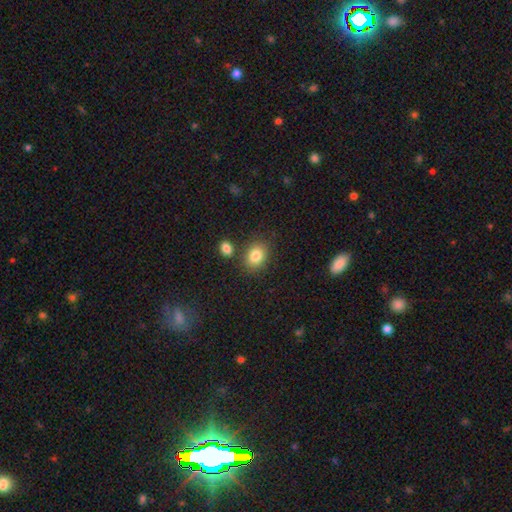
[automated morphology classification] A smooth galaxy with no disk features (84%) that is in between round and cigar-shaped (61%).

Vote fractions:
- Smooth or featured? smooth: 84% / star or artifact: 9% / featured or disk: 7%
- How rounded? in between: 61% / round: 38% / cigar-shaped: 1%
- Merging? none: 76% / minor disturbance: 12% / merger: 9% / major disturbance: 3%